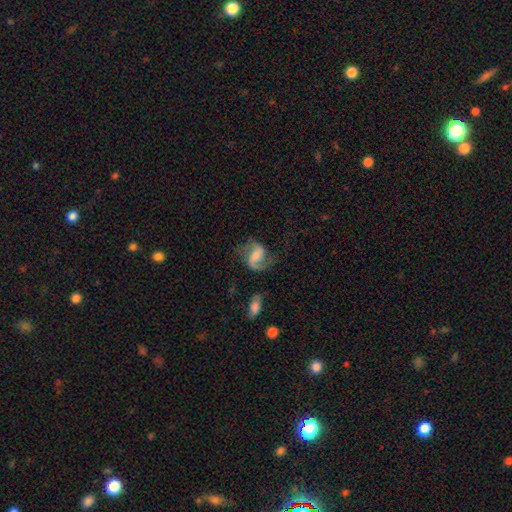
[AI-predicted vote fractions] Smooth or featured? Predicted: featured or disk (p=0.80). Edge-on disk? Predicted: no (p=0.97). Bar? Predicted: weak (p=0.47). Spiral arms? Predicted: yes (p=0.95). Spiral winding? Predicted: medium (p=0.45). Spiral arm count? Predicted: 2 (p=0.84). Bulge size? Predicted: moderate (p=0.38). Merging? Predicted: none (p=0.63).